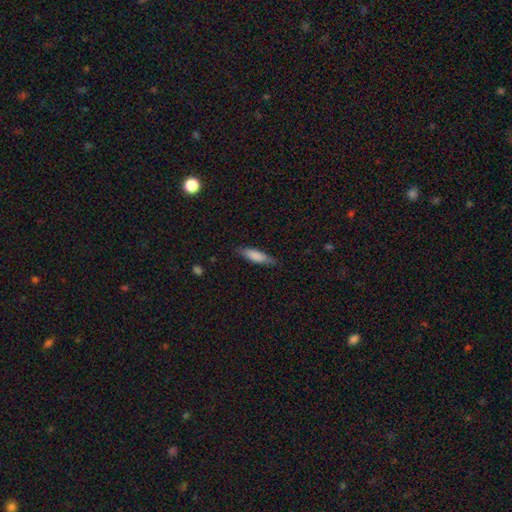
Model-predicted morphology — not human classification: The model was most divided on "how rounded": cigar-shaped: 58%, in between: 40%, round: 2%. More confident: smooth or featured — smooth (81%); merging — none (80%).